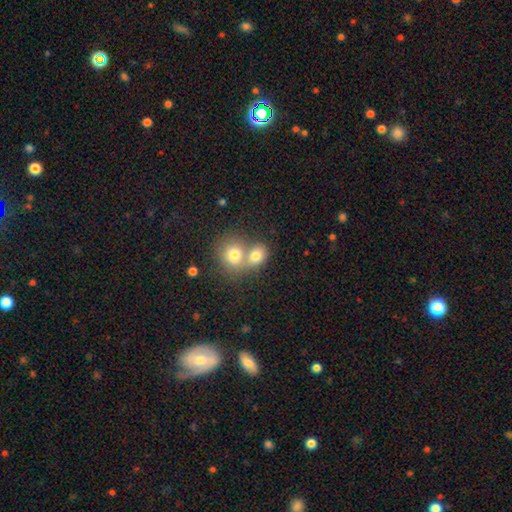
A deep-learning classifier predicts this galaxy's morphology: smooth_or_featured: smooth (p=0.76) [alt: featured or disk p=0.13]
how_rounded: round (p=0.59) [alt: in between p=0.40]
merging: merger (p=0.64) [alt: none p=0.26]